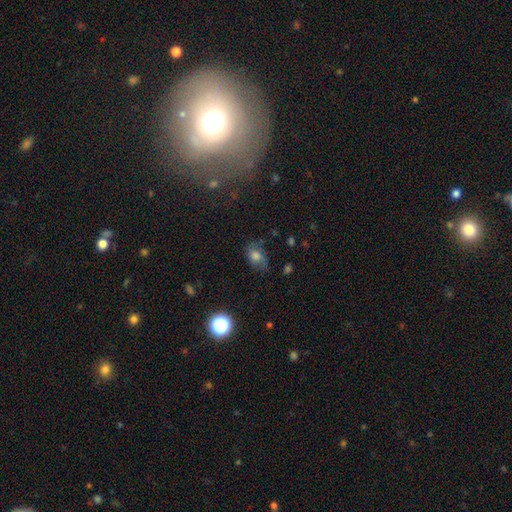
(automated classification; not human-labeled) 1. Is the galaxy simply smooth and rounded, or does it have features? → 69% smooth, 16% featured or disk, 15% star or artifact.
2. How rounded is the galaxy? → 71% in between, 27% round, 2% cigar-shaped.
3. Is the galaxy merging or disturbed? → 57% none, 29% minor disturbance, 12% major disturbance, 2% merger.